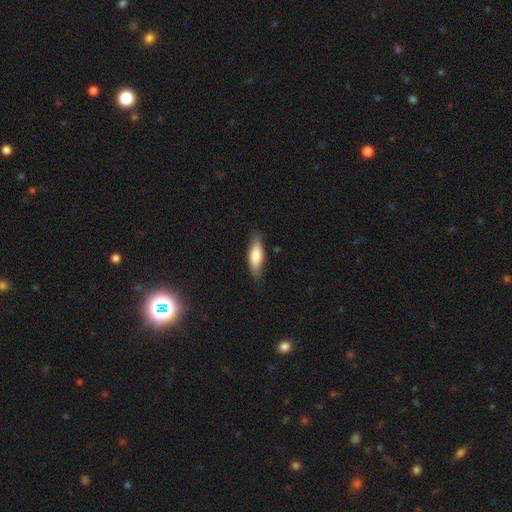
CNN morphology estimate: The model was most divided on "how rounded": in between: 59%, cigar-shaped: 39%, round: 2%. More confident: merging — none (80%); smooth or featured — smooth (76%).